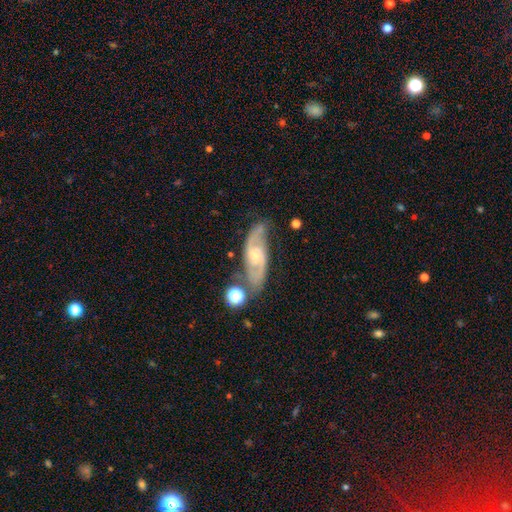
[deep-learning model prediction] Q: Smooth or featured?
A: featured or disk (84%); runner-up: smooth (10%)
Q: Edge-on disk?
A: no (91%); runner-up: yes (9%)
Q: Bar?
A: no (55%); runner-up: weak (36%)
Q: Spiral arms?
A: yes (95%); runner-up: no (5%)
Q: Spiral winding?
A: medium (52%); runner-up: tight (29%)
Q: Spiral arm count?
A: 2 (86%); runner-up: can't tell (8%)
Q: Bulge size?
A: small (61%); runner-up: moderate (32%)
Q: Merging?
A: none (68%); runner-up: minor disturbance (18%)